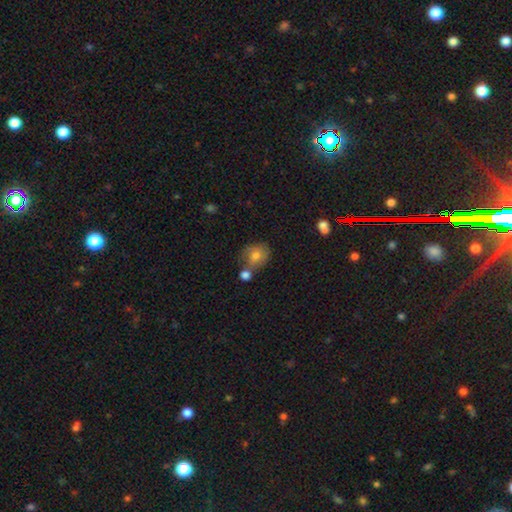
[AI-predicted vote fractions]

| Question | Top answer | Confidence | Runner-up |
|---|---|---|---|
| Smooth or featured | smooth | 71% | featured or disk (21%) |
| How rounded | round | 60% | in between (39%) |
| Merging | none | 44% | merger (29%) |